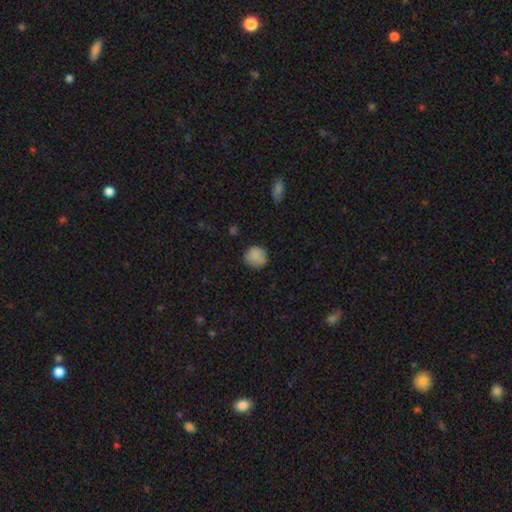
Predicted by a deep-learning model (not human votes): Overall: smooth (85%). How rounded: round (90%). Merging: none (80%).